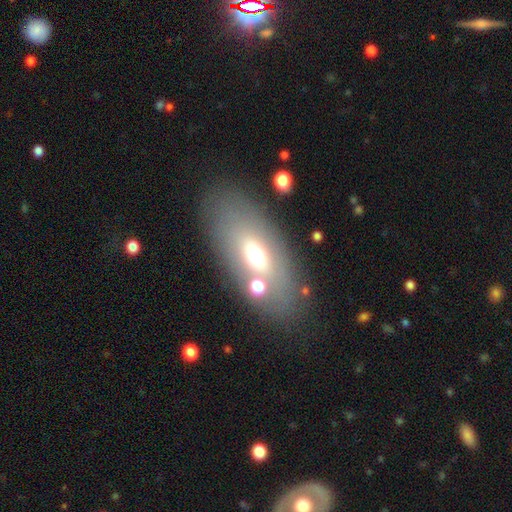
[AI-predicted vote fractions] A smooth galaxy with no disk features (58%) that is in between round and cigar-shaped (87%). Merging: none (76%).